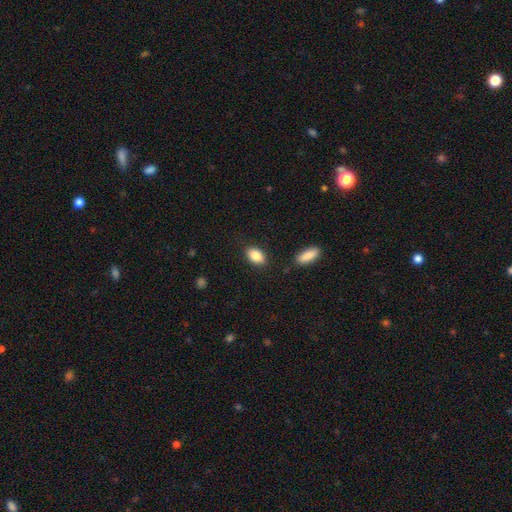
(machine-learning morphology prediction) smooth-or-featured: smooth: 86% | star or artifact: 7% | featured or disk: 6%
  how-rounded: in between: 89% | round: 8% | cigar-shaped: 2%
  merging: none: 86% | minor disturbance: 10% | major disturbance: 3% | merger: 2%